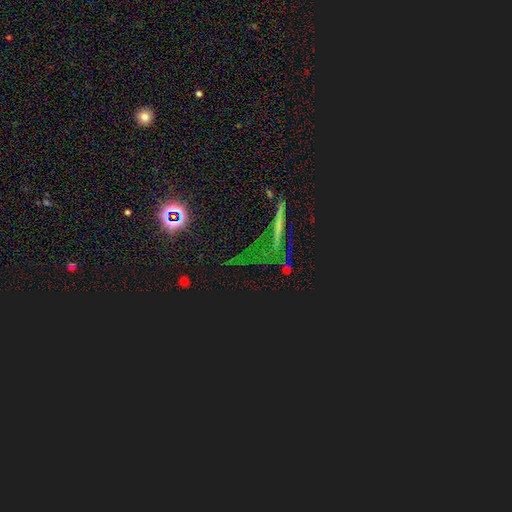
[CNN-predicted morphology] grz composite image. It shows a star or artifact, not a galaxy (66%).